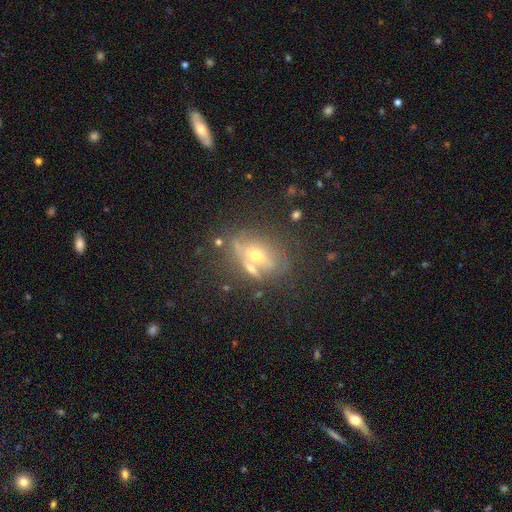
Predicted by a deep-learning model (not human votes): smooth-or-featured: featured or disk: 52% | smooth: 33% | star or artifact: 16%
  disk-edge-on: no: 73% | yes: 27%
  merging: none: 56% | minor disturbance: 17% | merger: 16% | major disturbance: 10%